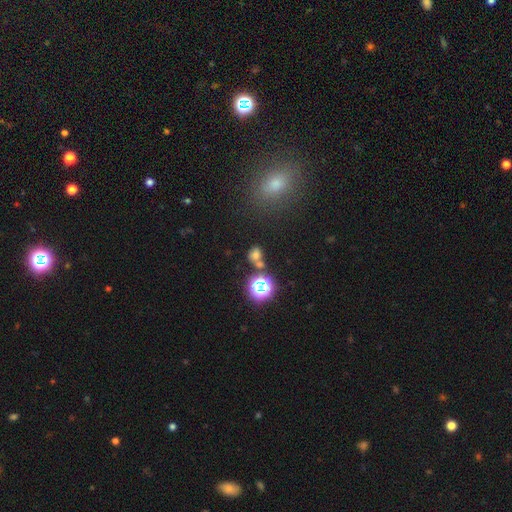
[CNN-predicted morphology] smooth 59%, star or artifact 32%, featured or disk 9%. Down the decision tree: how rounded — round (59%); merging — none (62%).